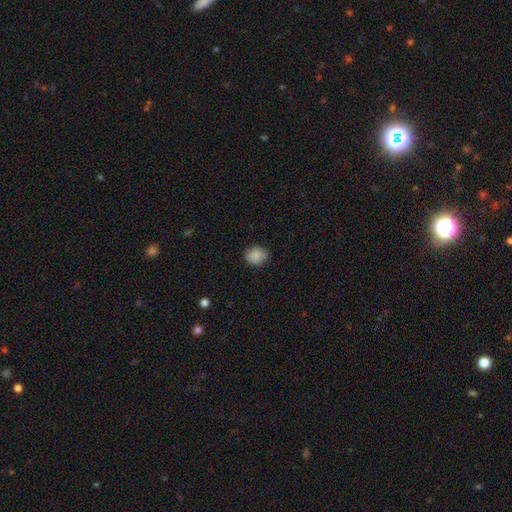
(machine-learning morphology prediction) Overall: smooth (88%). How rounded: round (63%; in between 36%). Merging: none (85%).